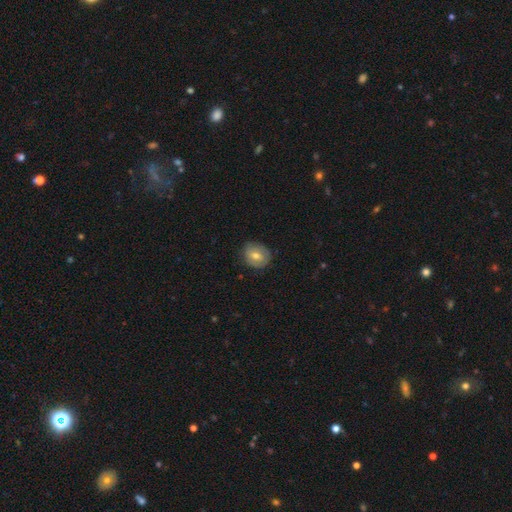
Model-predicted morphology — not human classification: This appears to be a smooth galaxy with no disk features (60%) that is round (66%). Merging: none (79%).